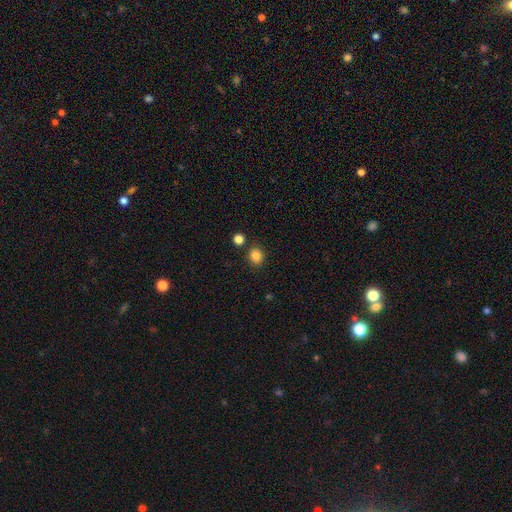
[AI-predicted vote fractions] Smooth or featured? smooth (85%)
How rounded? round (74%)
Merging? none (82%)